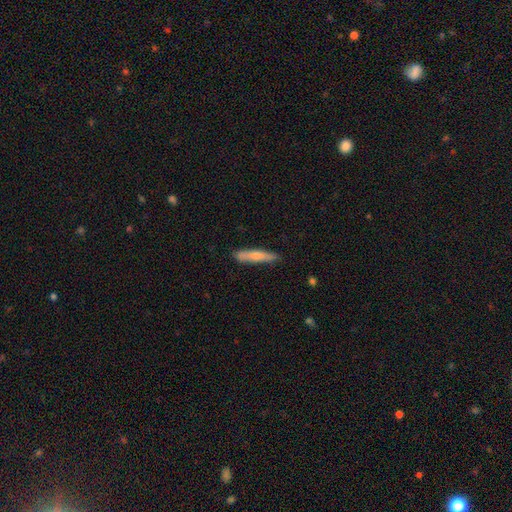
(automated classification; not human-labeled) Q: Smooth or featured?
A: smooth (68%); runner-up: featured or disk (27%)
Q: How rounded?
A: cigar-shaped (90%); runner-up: in between (9%)
Q: Merging?
A: none (84%); runner-up: minor disturbance (12%)